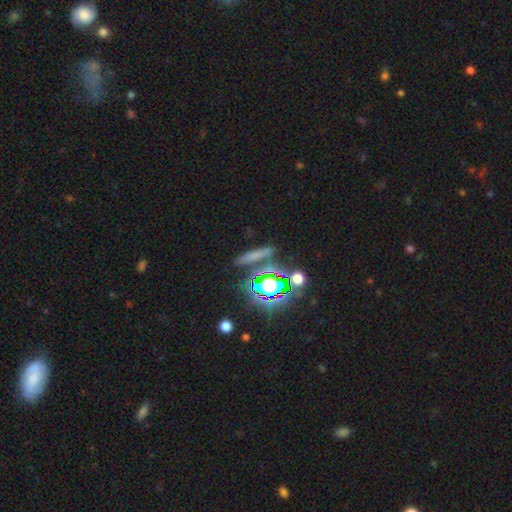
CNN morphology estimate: Overall: smooth (51%; star or artifact 30%). How rounded: cigar-shaped (72%). Merging: none (80%).